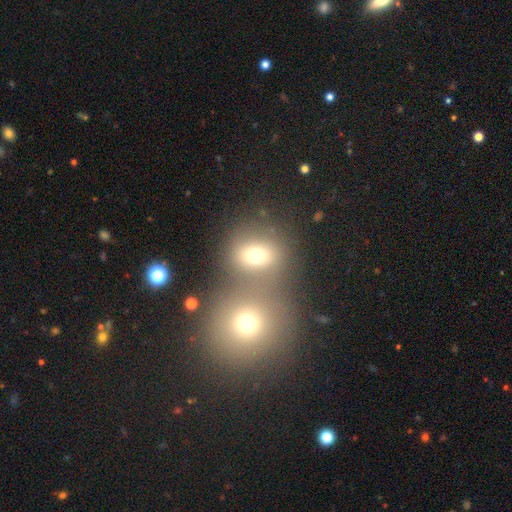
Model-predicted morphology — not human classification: Smooth or featured?
  - smooth: 69% *
  - star or artifact: 17%
  - featured or disk: 15%
How rounded?
  - round: 64% *
  - in between: 35%
  - cigar-shaped: 2%
Merging?
  - merger: 50% *
  - none: 38%
  - minor disturbance: 8%
  - major disturbance: 4%